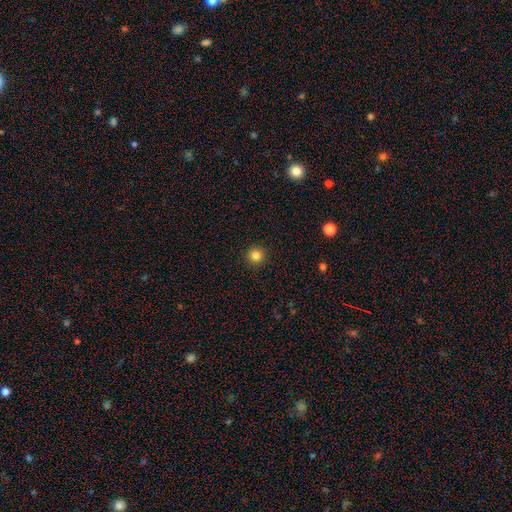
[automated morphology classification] Q: Smooth or featured?
A: smooth (83%); runner-up: star or artifact (12%)
Q: How rounded?
A: round (96%); runner-up: in between (3%)
Q: Merging?
A: none (93%); runner-up: minor disturbance (4%)